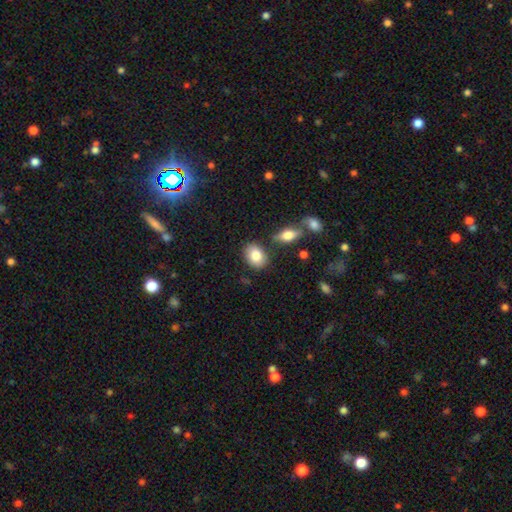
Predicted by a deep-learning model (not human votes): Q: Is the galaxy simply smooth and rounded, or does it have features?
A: smooth — 83%.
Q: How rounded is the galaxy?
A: in between — 73%.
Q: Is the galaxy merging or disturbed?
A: none — 80%.